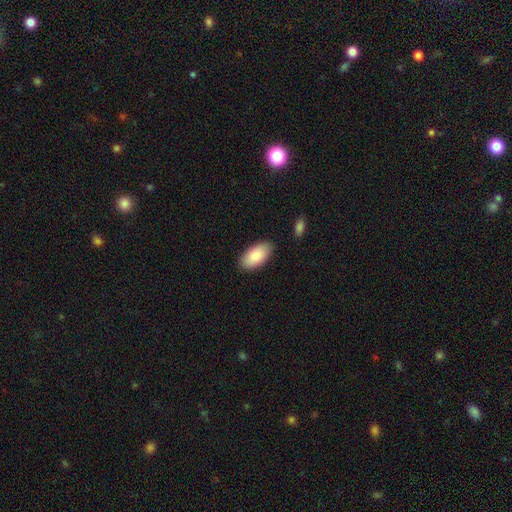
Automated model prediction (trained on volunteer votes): Smooth or featured?
  - smooth: 84% *
  - featured or disk: 10%
  - star or artifact: 6%
How rounded?
  - in between: 95% *
  - cigar-shaped: 3%
  - round: 2%
Merging?
  - none: 87% *
  - minor disturbance: 10%
  - major disturbance: 2%
  - merger: 2%